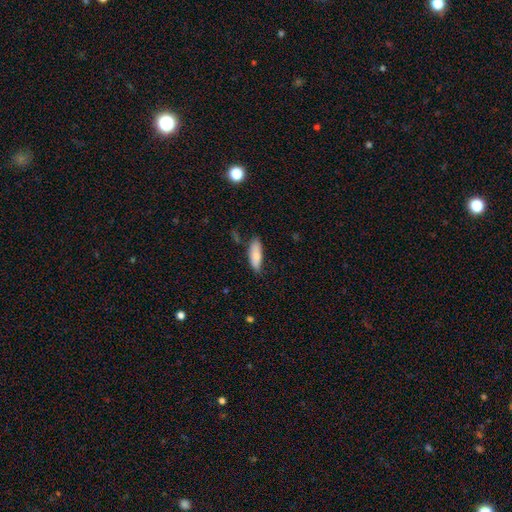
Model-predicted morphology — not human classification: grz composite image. It shows a smooth galaxy with no disk features (84%) that is in between round and cigar-shaped (65%). Merging: none (71%).